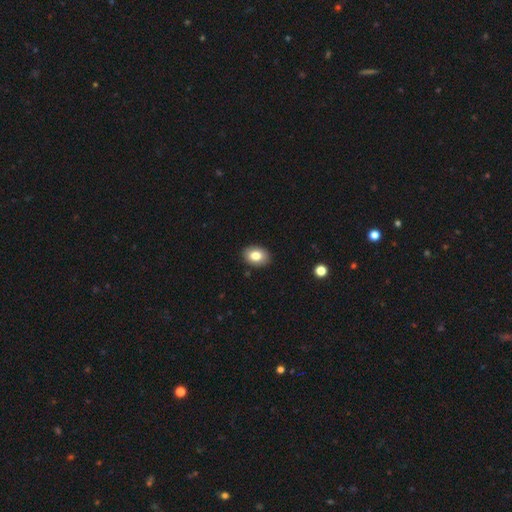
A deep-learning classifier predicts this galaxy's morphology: Smooth or featured? smooth (82%)
How rounded? in between (72%)
Merging? none (88%)